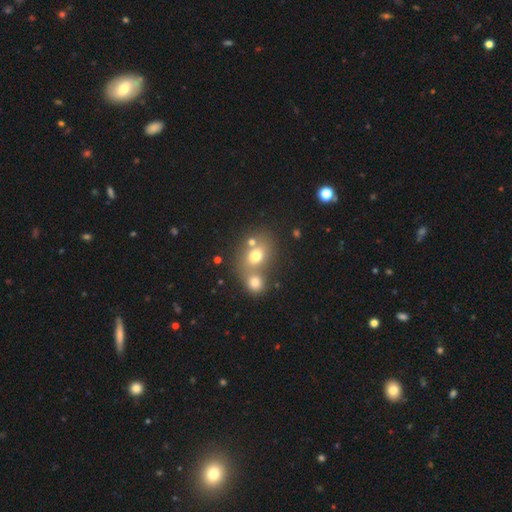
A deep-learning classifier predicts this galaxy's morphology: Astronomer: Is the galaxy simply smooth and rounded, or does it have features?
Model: smooth — 70%.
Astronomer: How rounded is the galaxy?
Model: round — 54% (runner-up: in between, 45%).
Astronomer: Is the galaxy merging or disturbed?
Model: merger — 48% (runner-up: none, 40%).